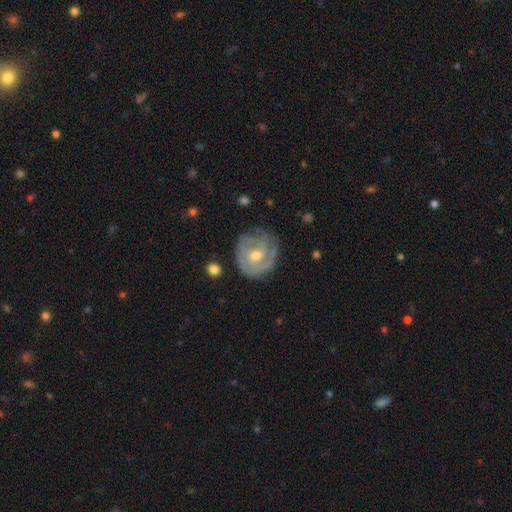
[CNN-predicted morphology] This appears to be a featured or disk galaxy (80%) with no bar (62%), tight (64%) spiral arms (88%) and a moderate central bulge (65%). Merging: none (69%).